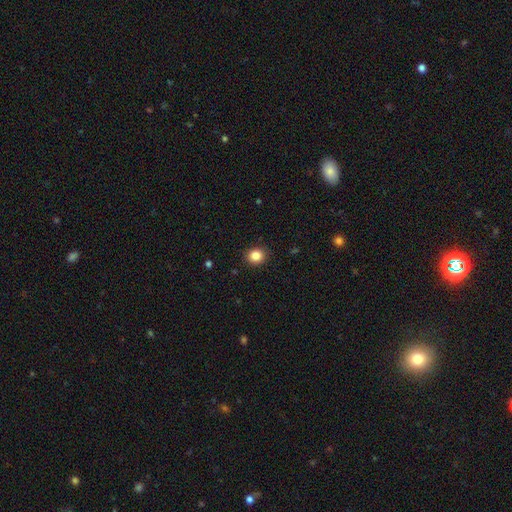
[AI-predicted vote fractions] smooth-or-featured: smooth: 85% | star or artifact: 10% | featured or disk: 4%
  how-rounded: round: 78% | in between: 21% | cigar-shaped: 1%
  merging: none: 90% | minor disturbance: 7% | major disturbance: 2% | merger: 1%